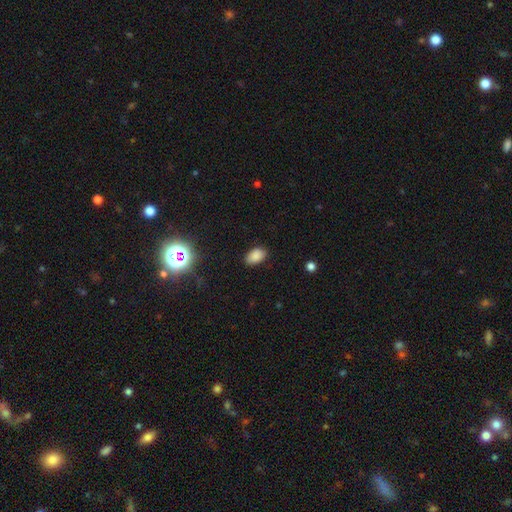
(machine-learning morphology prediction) Q: Smooth or featured?
A: smooth (83%); runner-up: star or artifact (13%)
Q: How rounded?
A: in between (90%); runner-up: round (9%)
Q: Merging?
A: none (83%); runner-up: minor disturbance (13%)